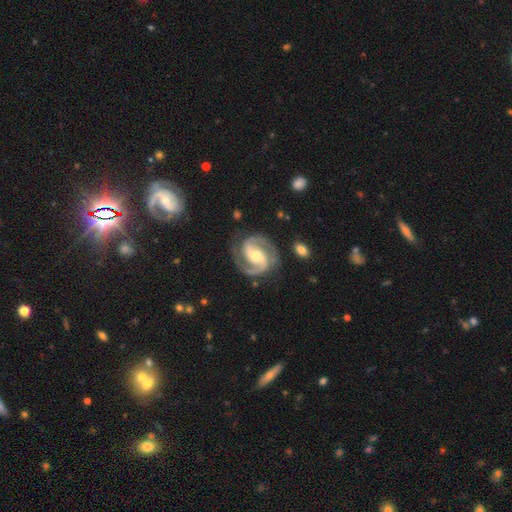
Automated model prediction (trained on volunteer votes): Smooth or featured: featured or disk — 93% (star or artifact — 4%)
Edge-on disk: no — 98% (yes — 2%)
Bar: weak — 38% (strong — 32%)
Spiral arms: yes — 98% (no — 2%)
Spiral winding: medium — 58% (tight — 33%)
Spiral arm count: 2 — 93% (3 — 2%)
Bulge size: moderate — 59% (small — 33%)
Merging: none — 82% (minor disturbance — 12%)